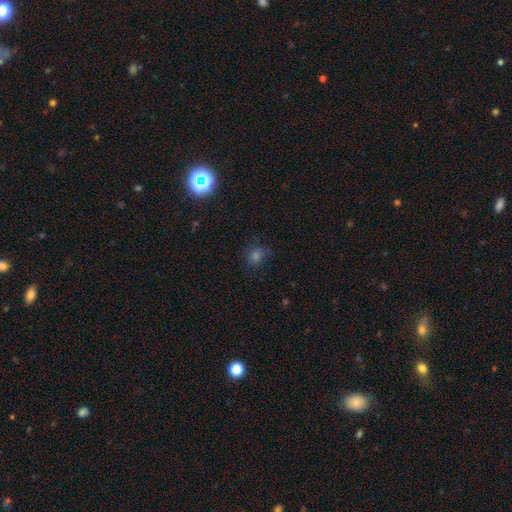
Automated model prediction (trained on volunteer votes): smooth 61%, star or artifact 31%, featured or disk 8%. Down the decision tree: how rounded — round (79%); merging — none (77%).